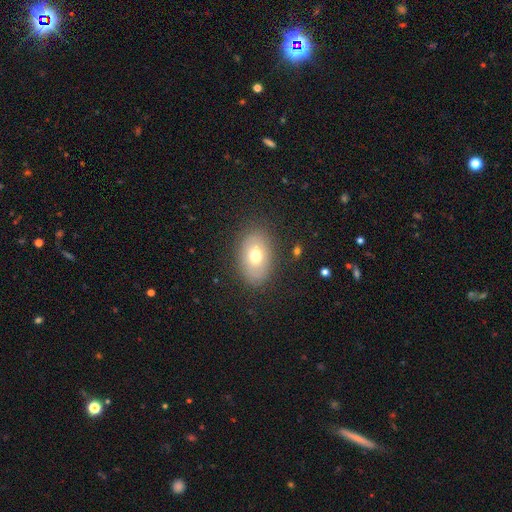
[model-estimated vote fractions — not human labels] Q: Smooth or featured?
A: smooth (68%); runner-up: featured or disk (22%)
Q: How rounded?
A: in between (82%); runner-up: round (17%)
Q: Merging?
A: none (82%); runner-up: minor disturbance (12%)